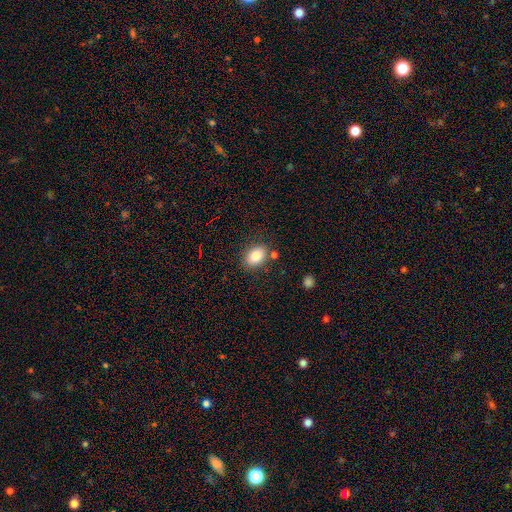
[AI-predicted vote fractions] Smooth or featured? smooth (82%)
How rounded? in between (76%)
Merging? none (79%)